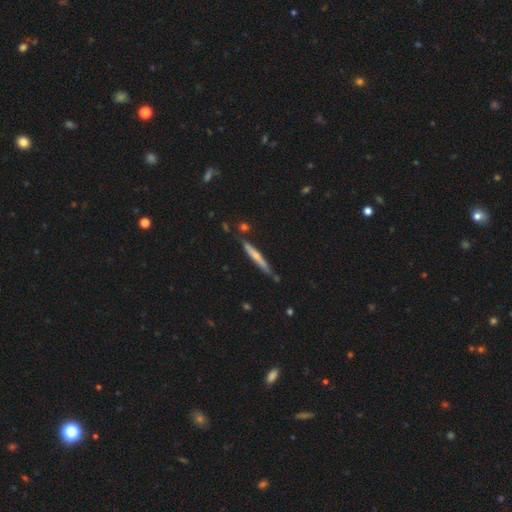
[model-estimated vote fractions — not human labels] smooth-or-featured: featured or disk: 48% | smooth: 46% | star or artifact: 6%
  merging: none: 77% | minor disturbance: 16% | merger: 5% | major disturbance: 3%